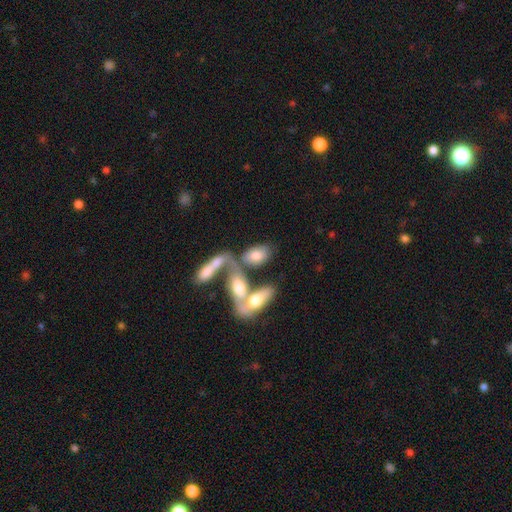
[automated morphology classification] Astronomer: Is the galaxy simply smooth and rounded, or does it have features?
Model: smooth — 67%.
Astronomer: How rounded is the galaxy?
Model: in between — 87%.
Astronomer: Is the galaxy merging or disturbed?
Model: merger — 45% (runner-up: none, 36%).